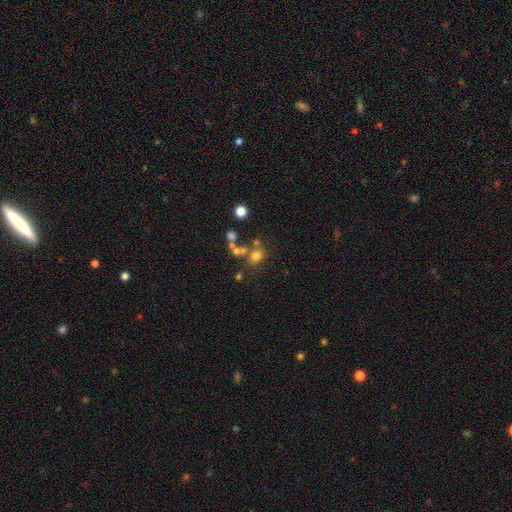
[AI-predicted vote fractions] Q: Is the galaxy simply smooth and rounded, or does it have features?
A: smooth — 68%.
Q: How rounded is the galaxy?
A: round — 73%.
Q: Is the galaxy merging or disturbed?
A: none — 57%.